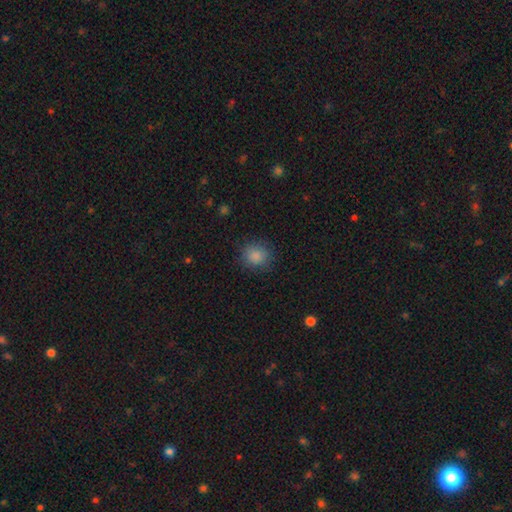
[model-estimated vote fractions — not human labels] This is clearly a smooth galaxy (86%). How rounded: clearly round (81%). Merging: clearly none (84%).